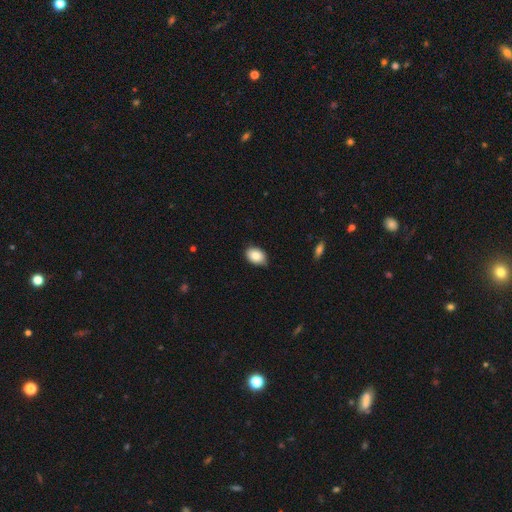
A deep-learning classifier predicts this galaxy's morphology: Overall: smooth (86%). How rounded: in between (81%). Merging: none (78%).